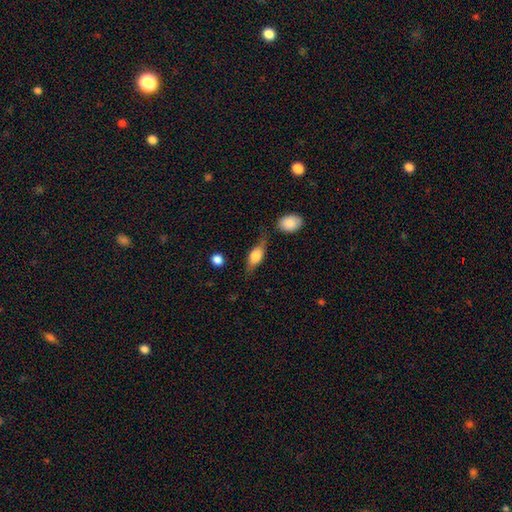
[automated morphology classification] This appears to be a smooth galaxy with no disk features (61%) that is in between round and cigar-shaped (74%). Merging: none (58%).